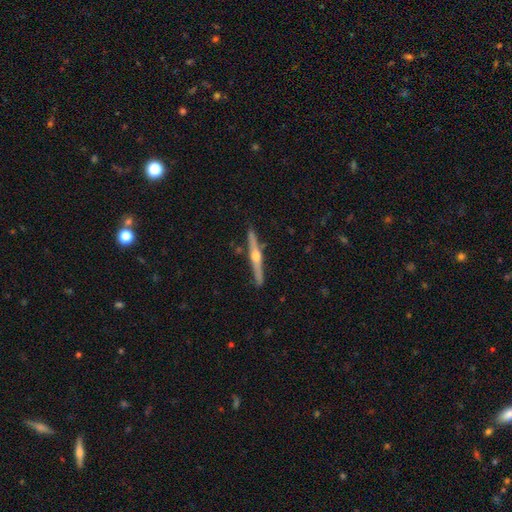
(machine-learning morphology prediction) Smooth or featured? featured or disk (80%)
Edge-on disk? yes (98%)
Edge-on bulge? rounded (94%)
Merging? none (90%)